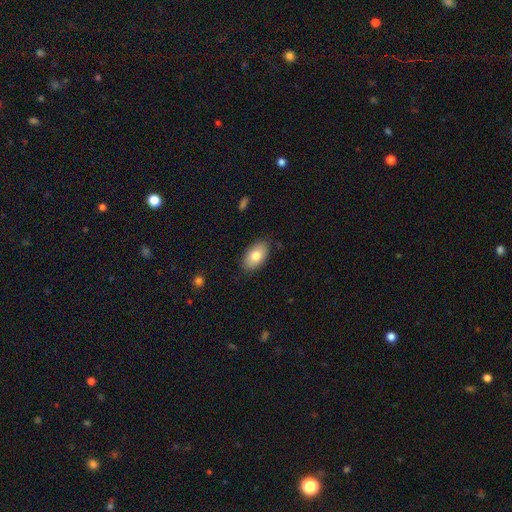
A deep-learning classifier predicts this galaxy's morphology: A smooth galaxy with no disk features (78%) that is in between round and cigar-shaped (93%).

Vote fractions:
- Smooth or featured? smooth: 78% / featured or disk: 16% / star or artifact: 7%
- How rounded? in between: 93% / round: 6% / cigar-shaped: 1%
- Merging? none: 84% / minor disturbance: 12% / major disturbance: 2% / merger: 1%